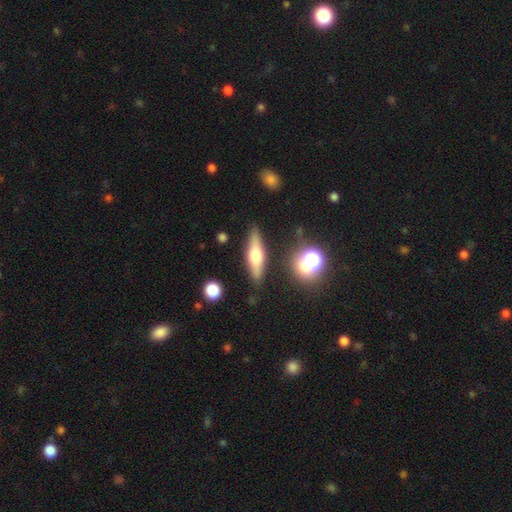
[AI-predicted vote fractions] Smooth or featured?
  - featured or disk: 50% *
  - smooth: 42%
  - star or artifact: 7%
Edge-on disk?
  - yes: 90% *
  - no: 10%
Merging?
  - none: 85% *
  - minor disturbance: 10%
  - merger: 3%
  - major disturbance: 2%